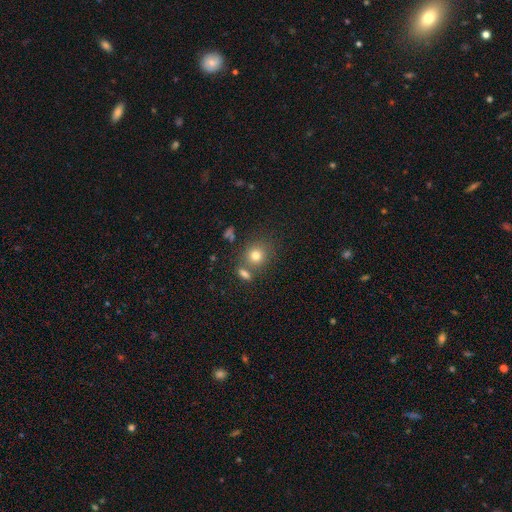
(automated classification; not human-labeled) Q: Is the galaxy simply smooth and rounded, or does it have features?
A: smooth — 77%.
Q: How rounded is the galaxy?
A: round — 80%.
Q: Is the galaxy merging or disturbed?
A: none — 66%.